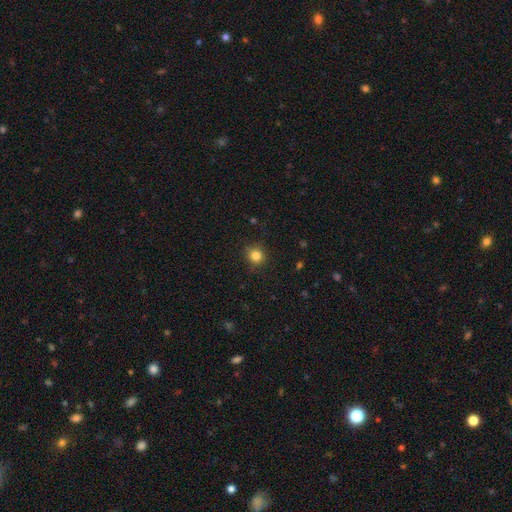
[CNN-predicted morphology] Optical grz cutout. It shows a smooth galaxy with no disk features (83%) that is round (88%). Merging: none (86%).